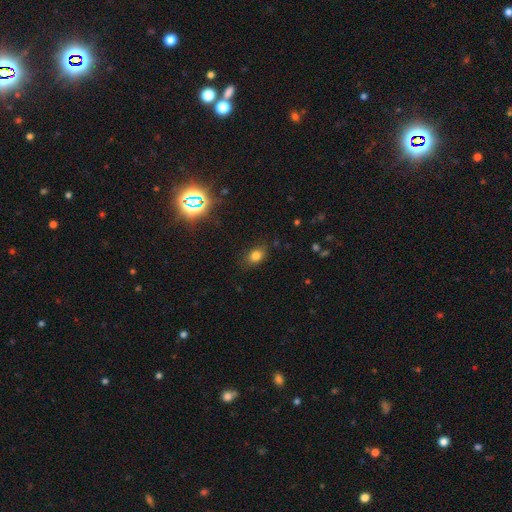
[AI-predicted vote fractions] smooth_or_featured: smooth (p=0.77) [alt: star or artifact p=0.15]
how_rounded: in between (p=0.72) [alt: round p=0.26]
merging: none (p=0.82) [alt: minor disturbance p=0.13]